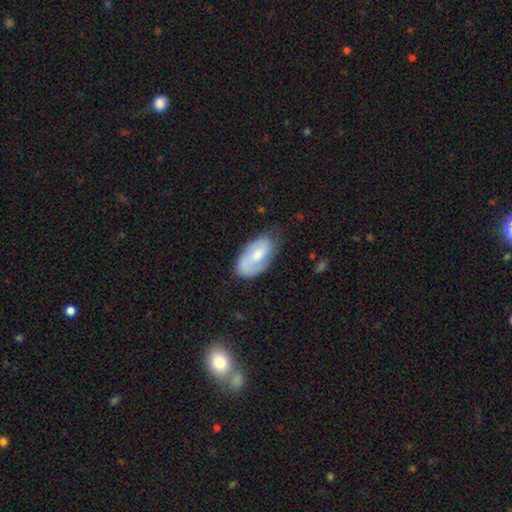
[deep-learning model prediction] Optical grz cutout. It shows a featured or disk galaxy (49%). Merging: none (66%).